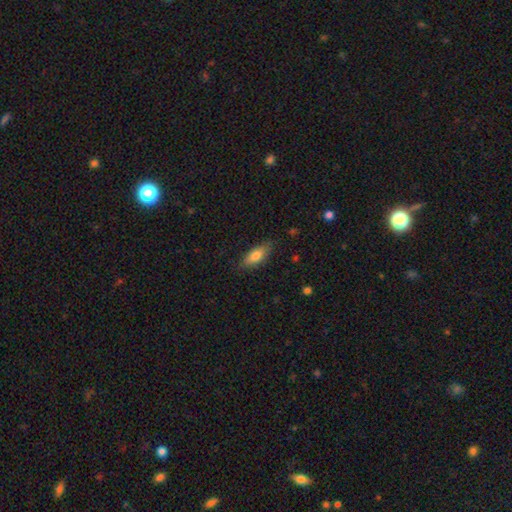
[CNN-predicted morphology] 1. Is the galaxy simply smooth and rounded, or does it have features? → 77% smooth, 17% featured or disk, 7% star or artifact.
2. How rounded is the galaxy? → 75% in between, 22% cigar-shaped, 3% round.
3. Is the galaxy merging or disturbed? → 81% none, 15% minor disturbance, 3% major disturbance, 1% merger.